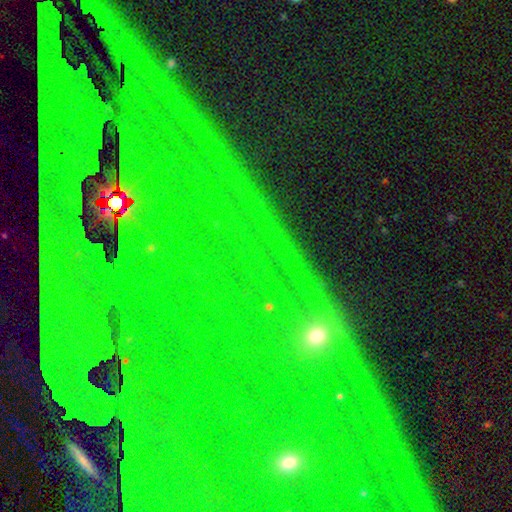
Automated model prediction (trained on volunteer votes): The model was most divided on "smooth or featured": star or artifact: 75%, featured or disk: 13%, smooth: 12%.